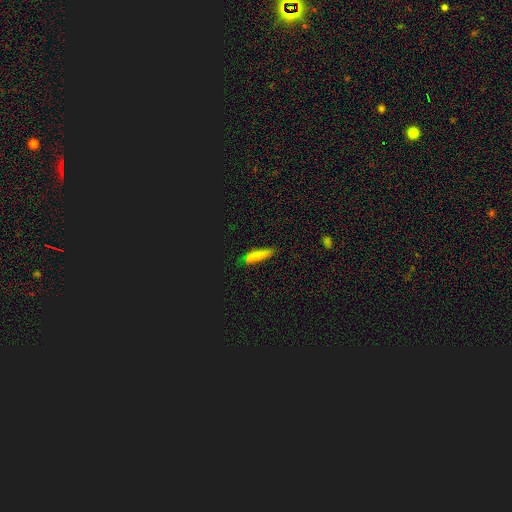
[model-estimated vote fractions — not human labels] A smooth galaxy with no disk features (75%) that is cigar-shaped (65%). Merging: none (70%).